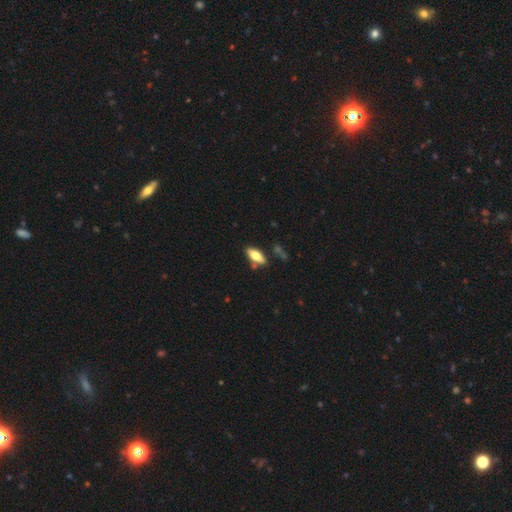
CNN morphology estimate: Smooth or featured: smooth — 65% (featured or disk — 29%)
How rounded: in between — 75% (cigar-shaped — 23%)
Merging: none — 76% (minor disturbance — 14%)